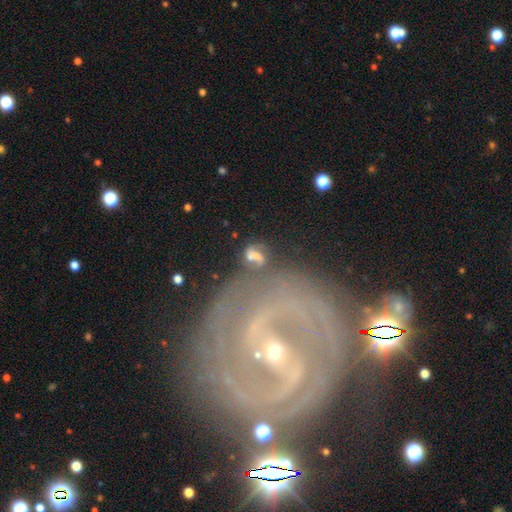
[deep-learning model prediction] smooth_or_featured: featured or disk (p=0.49) [alt: smooth p=0.33]
merging: none (p=0.42) [alt: merger p=0.22]